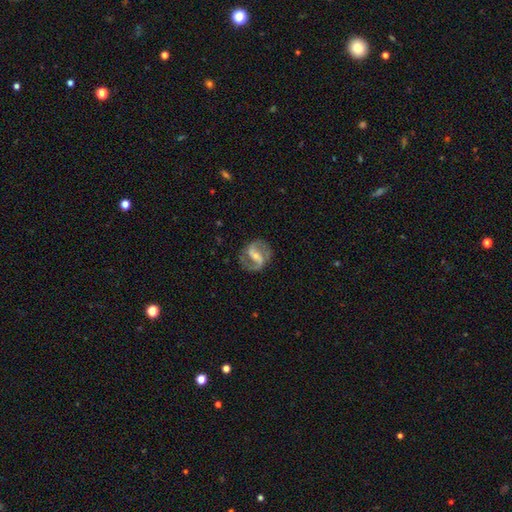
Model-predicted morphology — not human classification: This appears to be a featured or disk galaxy (88%) with a strong bar (43%), 2 (92%) medium (53%) spiral arms (96%) and a small central bulge (54%). Merging: none (81%).